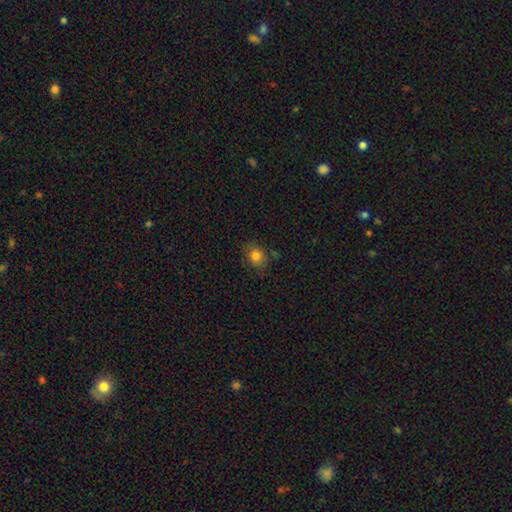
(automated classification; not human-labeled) Smooth or featured? smooth (80%)
How rounded? round (68%)
Merging? none (77%)